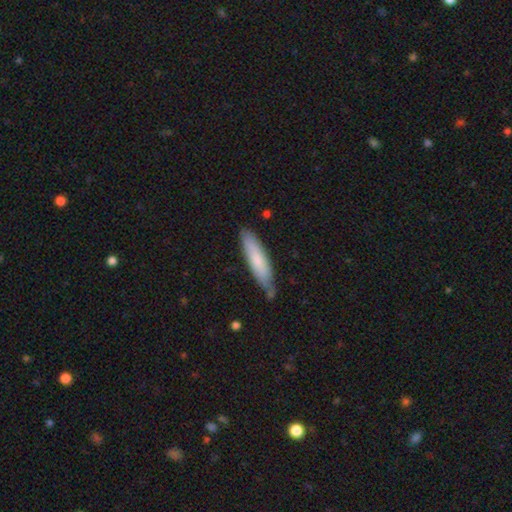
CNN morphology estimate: A smooth galaxy with no disk features (73%) that is cigar-shaped (80%). Merging: none (78%).